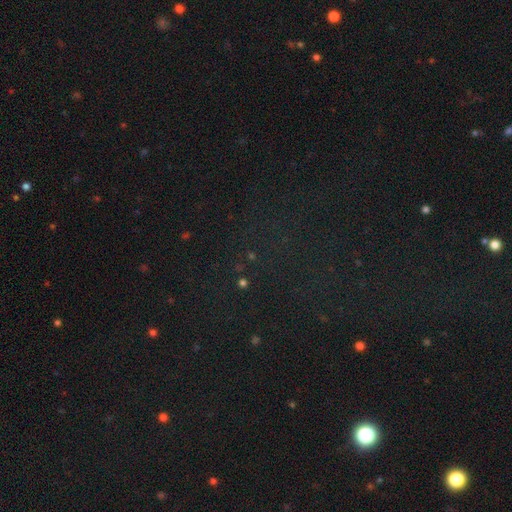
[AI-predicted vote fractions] A star or artifact, not a galaxy (73%).

Vote fractions:
- Smooth or featured? star or artifact: 73% / smooth: 18% / featured or disk: 9%